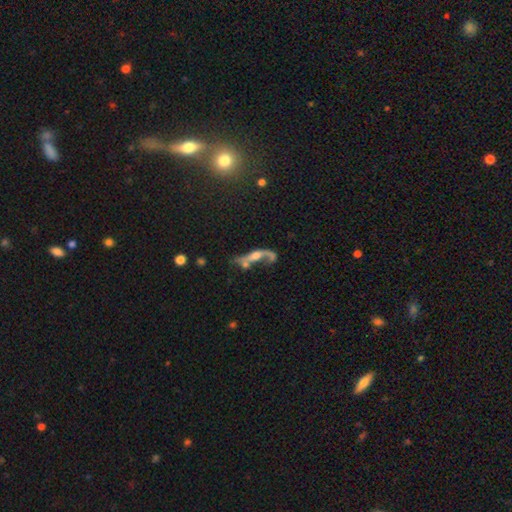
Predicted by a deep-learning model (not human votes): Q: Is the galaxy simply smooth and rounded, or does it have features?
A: featured or disk — 66%.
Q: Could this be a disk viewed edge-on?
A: no — 73%.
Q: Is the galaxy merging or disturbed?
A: merger — 34%.